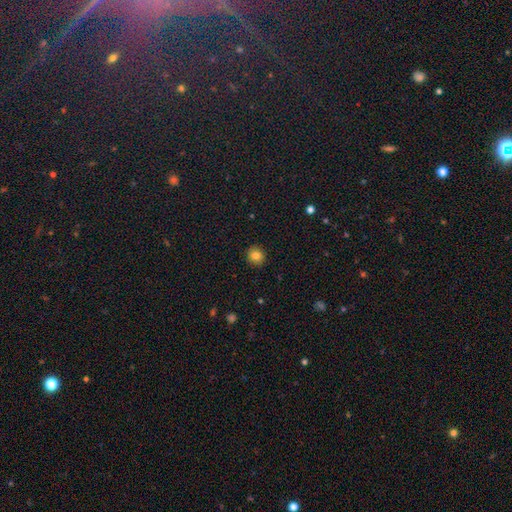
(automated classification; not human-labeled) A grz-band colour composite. It shows a smooth galaxy with no disk features (83%) that is round (89%). Merging: none (91%).